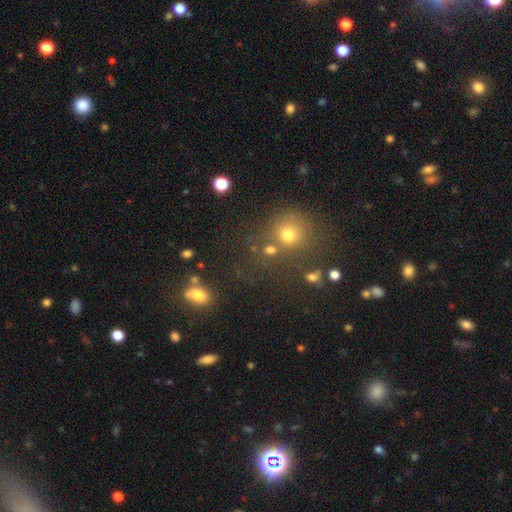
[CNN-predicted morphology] Smooth or featured? smooth (49%)
Merging? none (67%)